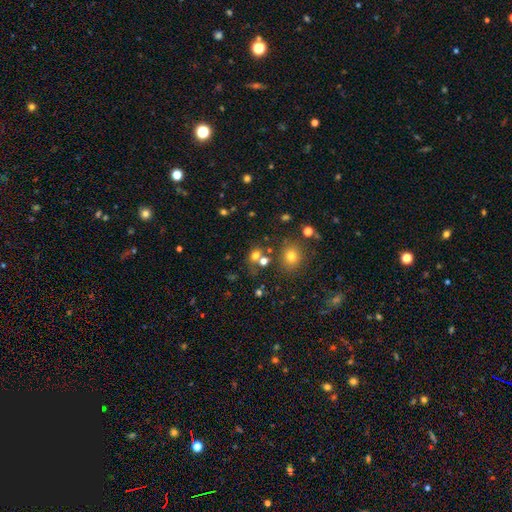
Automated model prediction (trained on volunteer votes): A smooth galaxy with no disk features (68%) that is round (60%). Merging: none (53%).